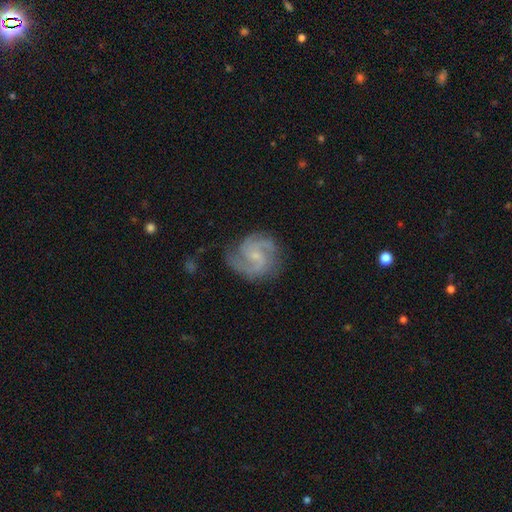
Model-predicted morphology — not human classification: featured or disk 90%, smooth 6%, star or artifact 5%. Down the decision tree: edge-on disk — no (98%); bar — no (53%); spiral arms — yes (98%); spiral arm count — 2 (58%); spiral winding — medium (56%); bulge size — small (71%); merging — none (77%).